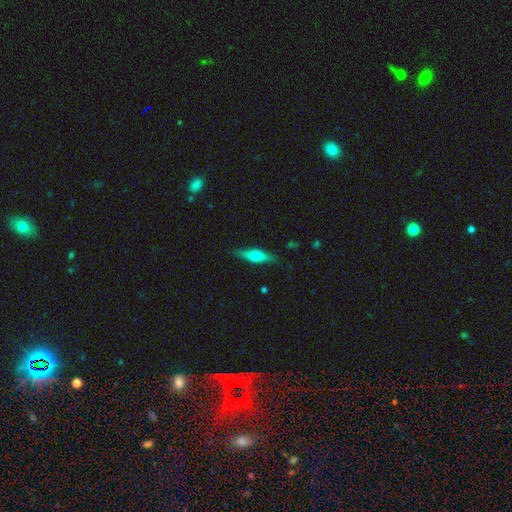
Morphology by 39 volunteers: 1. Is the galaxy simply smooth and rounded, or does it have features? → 51% featured or disk, 44% smooth, 5% star or artifact.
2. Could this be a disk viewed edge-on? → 90% yes, 10% no.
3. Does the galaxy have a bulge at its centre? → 89% rounded, 11% none, 0% boxy.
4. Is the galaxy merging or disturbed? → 86% none, 11% minor disturbance, 3% major disturbance, 0% merger.